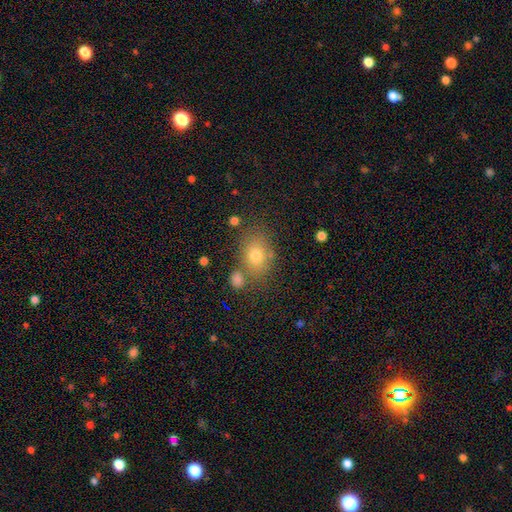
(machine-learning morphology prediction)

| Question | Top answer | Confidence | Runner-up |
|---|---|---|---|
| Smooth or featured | smooth | 73% | star or artifact (14%) |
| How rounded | in between | 62% | round (37%) |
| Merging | none | 68% | minor disturbance (14%) |